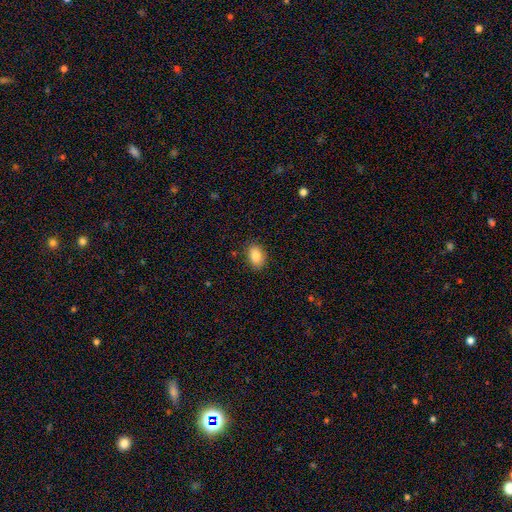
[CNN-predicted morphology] smooth_or_featured: smooth (p=0.87) [alt: star or artifact p=0.08]
how_rounded: in between (p=0.85) [alt: round p=0.14]
merging: none (p=0.85) [alt: minor disturbance p=0.12]